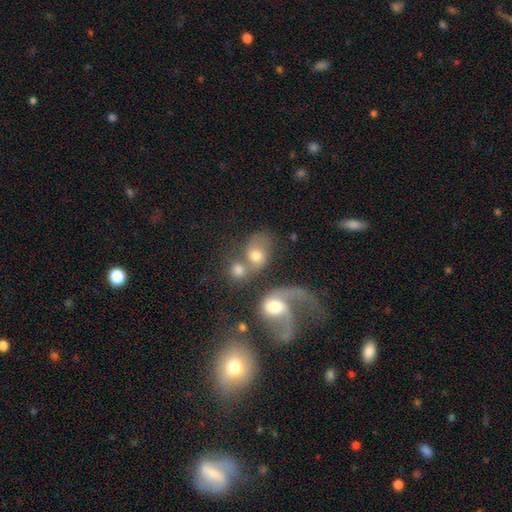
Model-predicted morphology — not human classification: smooth 51%, featured or disk 38%, star or artifact 11%. Down the decision tree: how rounded — in between (52%); merging — merger (60%).